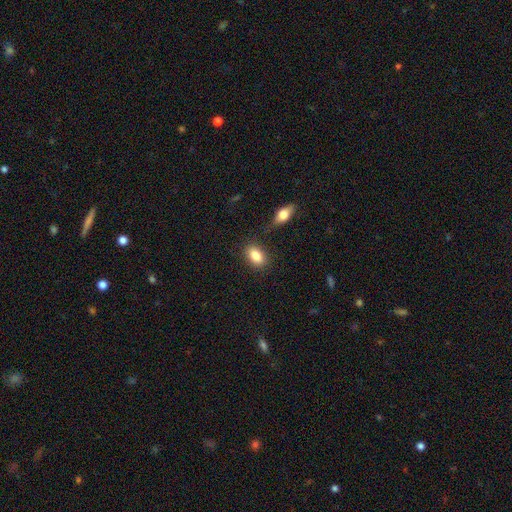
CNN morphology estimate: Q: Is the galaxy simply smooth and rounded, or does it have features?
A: smooth — 84%.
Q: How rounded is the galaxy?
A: in between — 86%.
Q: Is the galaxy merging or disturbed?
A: none — 82%.